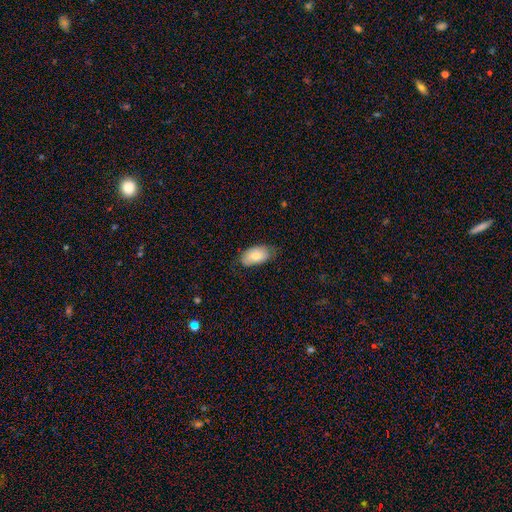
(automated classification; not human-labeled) Smooth or featured: smooth — 76% (featured or disk — 18%)
How rounded: in between — 94% (round — 3%)
Merging: none — 70% (minor disturbance — 25%)